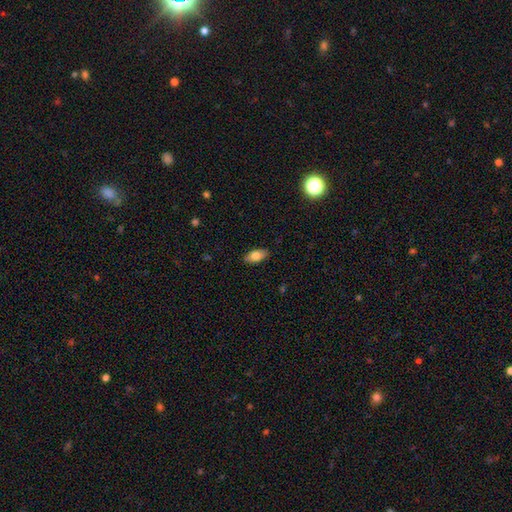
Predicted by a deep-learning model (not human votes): Morphology: type=smooth (81%); roundness=in between (89%); merging=none (87%).